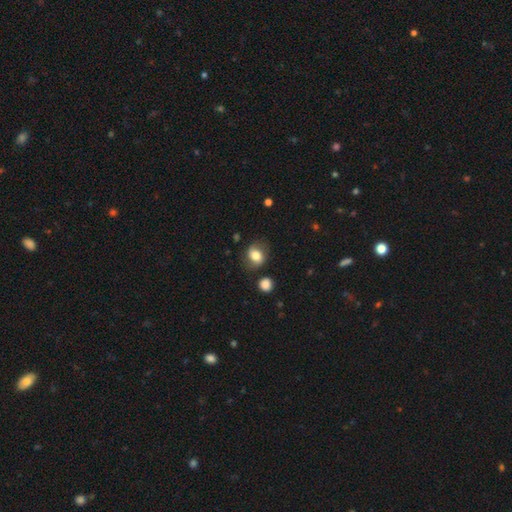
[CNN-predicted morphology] smooth-or-featured: smooth: 67% | featured or disk: 24% | star or artifact: 9%
  how-rounded: round: 53% | in between: 46% | cigar-shaped: 1%
  merging: none: 70% | minor disturbance: 19% | major disturbance: 7% | merger: 3%